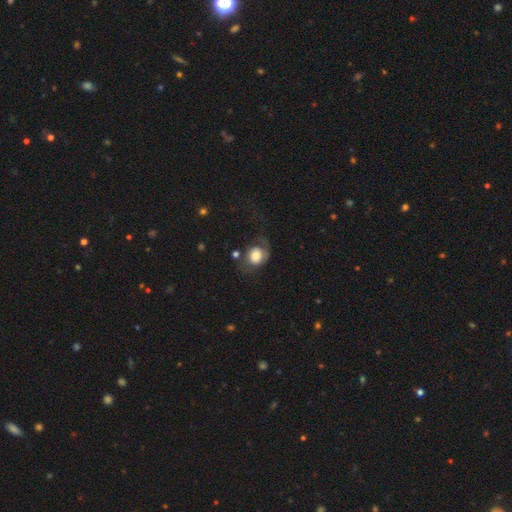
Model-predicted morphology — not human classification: Smooth or featured? Predicted: smooth (p=0.64). How rounded? Predicted: round (p=0.62). Merging? Predicted: major disturbance (p=0.36, tied with none).